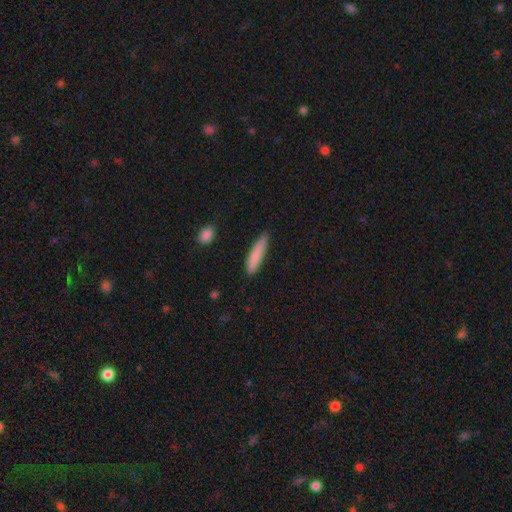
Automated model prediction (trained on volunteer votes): The model was most divided on "merging": none: 76%, minor disturbance: 19%, major disturbance: 3%, merger: 2%. More confident: smooth or featured — smooth (84%); how rounded — cigar-shaped (83%).